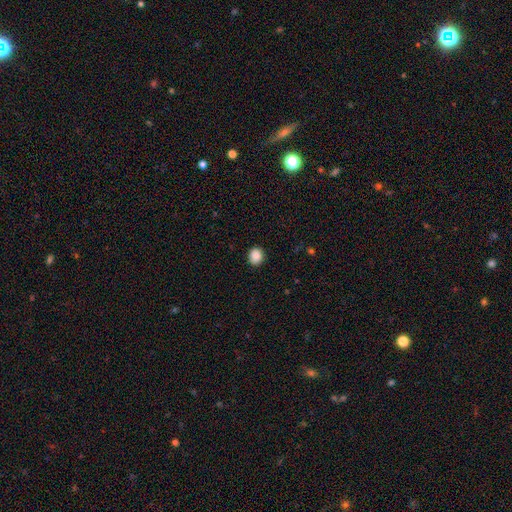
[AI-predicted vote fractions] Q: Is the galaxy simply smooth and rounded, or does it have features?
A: smooth — 89%.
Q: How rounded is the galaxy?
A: round — 70%.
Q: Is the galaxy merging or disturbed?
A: none — 90%.